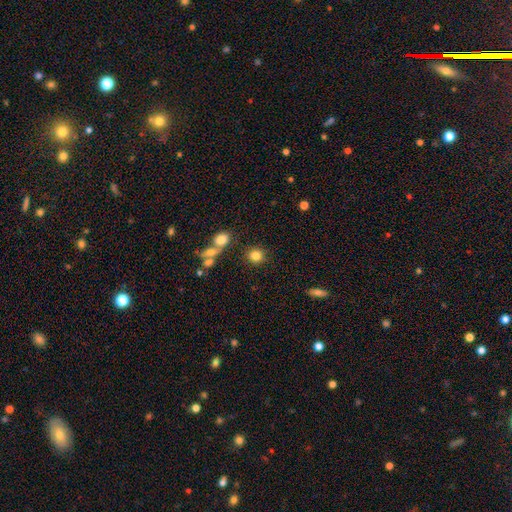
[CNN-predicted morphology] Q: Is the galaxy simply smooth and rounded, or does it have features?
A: smooth — 82%.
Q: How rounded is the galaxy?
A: round — 87%.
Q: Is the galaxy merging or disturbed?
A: none — 82%.